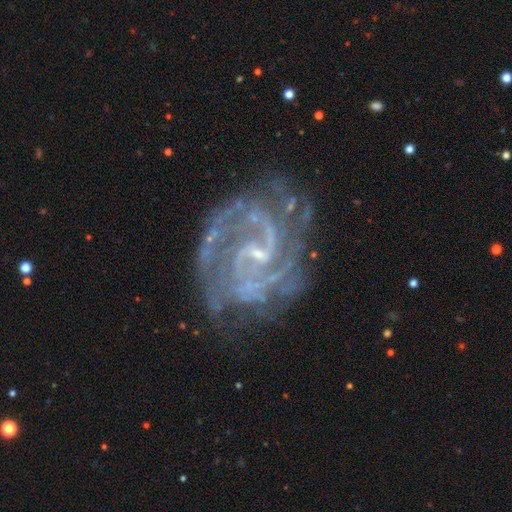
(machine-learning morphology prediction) Smooth or featured?
  - featured or disk: 89% *
  - star or artifact: 7%
  - smooth: 4%
Edge-on disk?
  - no: 98% *
  - yes: 2%
Bar?
  - weak: 55% *
  - no: 27%
  - strong: 18%
Spiral arms?
  - yes: 97% *
  - no: 3%
Spiral winding?
  - medium: 49% *
  - tight: 40%
  - loose: 11%
Spiral arm count?
  - 2: 51% *
  - can't tell: 16%
  - 3: 15%
  - 4: 7%
  - 1: 6%
  - more than 4: 6%
Bulge size?
  - small: 69% *
  - none: 16%
  - moderate: 14%
  - large: 1%
  - dominant: 1%
Merging?
  - none: 68% *
  - minor disturbance: 18%
  - major disturbance: 12%
  - merger: 2%